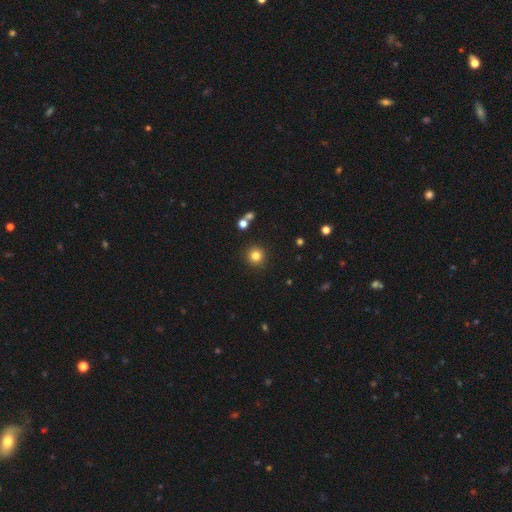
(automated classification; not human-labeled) smooth-or-featured: smooth: 82% | star or artifact: 12% | featured or disk: 5%
  how-rounded: round: 95% | in between: 4% | cigar-shaped: 1%
  merging: none: 90% | minor disturbance: 5% | merger: 3% | major disturbance: 2%